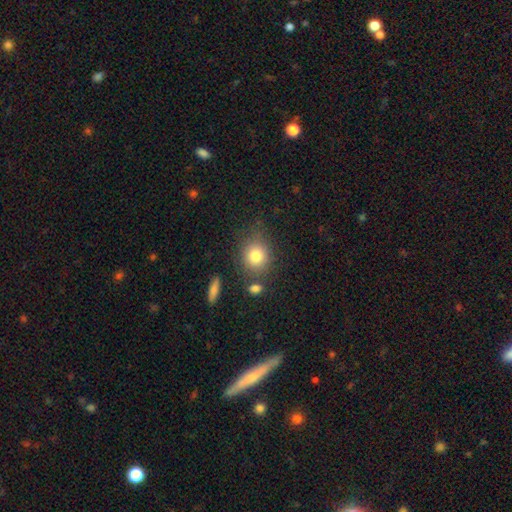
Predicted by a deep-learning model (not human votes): The model was most divided on "how rounded": round: 70%, in between: 29%, cigar-shaped: 1%. More confident: smooth or featured — smooth (81%); merging — none (73%).